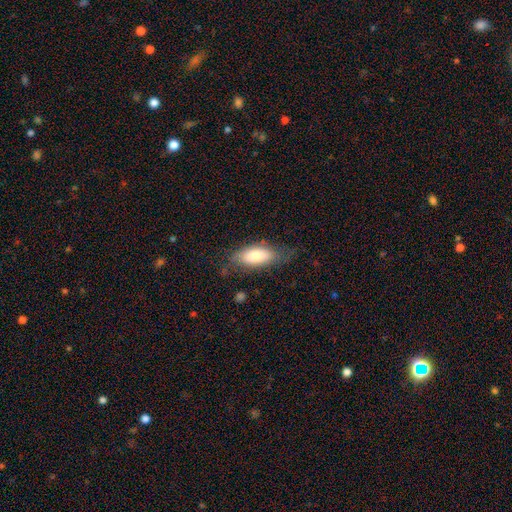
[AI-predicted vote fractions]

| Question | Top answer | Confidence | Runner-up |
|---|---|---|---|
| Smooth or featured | smooth | 72% | featured or disk (21%) |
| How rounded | in between | 82% | cigar-shaped (15%) |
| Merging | none | 60% | minor disturbance (27%) |